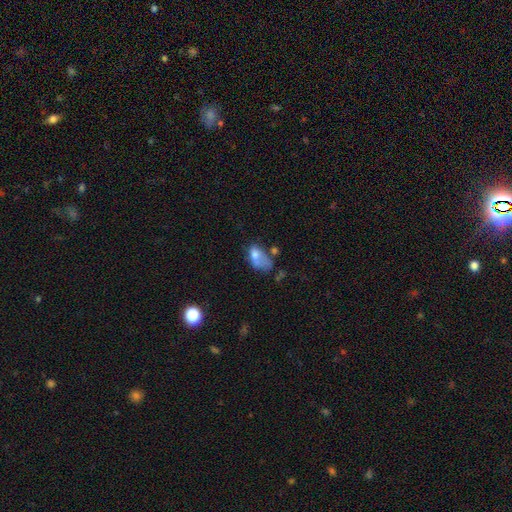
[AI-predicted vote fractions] Smooth or featured: smooth — 63% (featured or disk — 25%)
How rounded: in between — 87% (round — 11%)
Merging: major disturbance — 42% (minor disturbance — 22%)